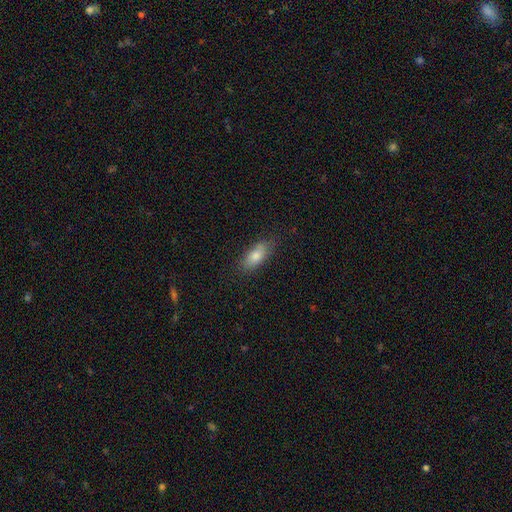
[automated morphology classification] Q: Smooth or featured?
A: smooth (78%); runner-up: featured or disk (14%)
Q: How rounded?
A: in between (79%); runner-up: cigar-shaped (17%)
Q: Merging?
A: none (80%); runner-up: minor disturbance (15%)